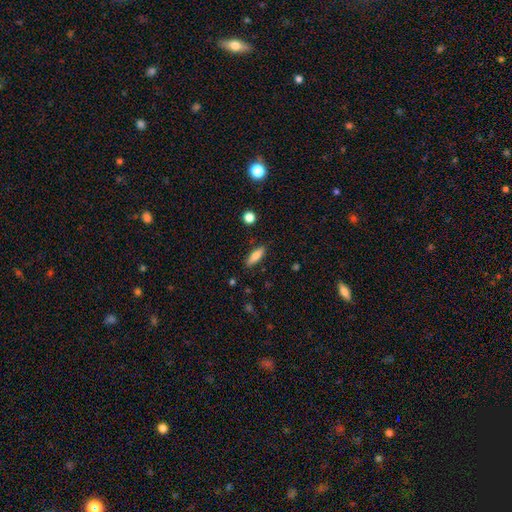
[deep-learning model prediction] A smooth galaxy with no disk features (75%) that is in between round and cigar-shaped (53%). Merging: none (86%).